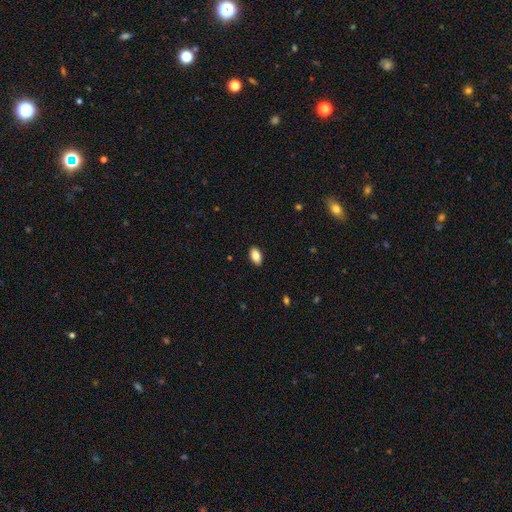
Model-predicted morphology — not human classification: Q: Smooth or featured?
A: smooth (86%); runner-up: star or artifact (7%)
Q: How rounded?
A: in between (93%); runner-up: round (5%)
Q: Merging?
A: none (89%); runner-up: minor disturbance (8%)